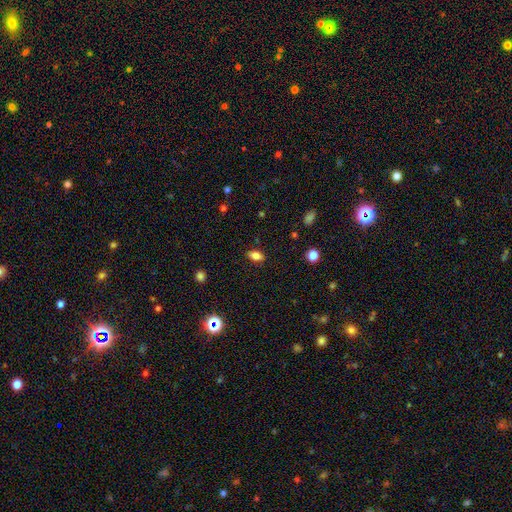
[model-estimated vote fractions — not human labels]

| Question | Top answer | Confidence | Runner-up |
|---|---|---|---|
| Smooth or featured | smooth | 78% | featured or disk (12%) |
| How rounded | in between | 86% | round (7%) |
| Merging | none | 86% | minor disturbance (10%) |